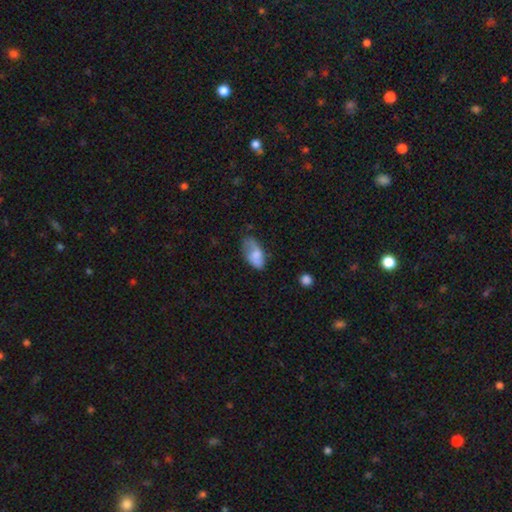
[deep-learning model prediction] smooth 67%, featured or disk 26%, star or artifact 7%. Down the decision tree: how rounded — in between (92%); merging — none (49%).